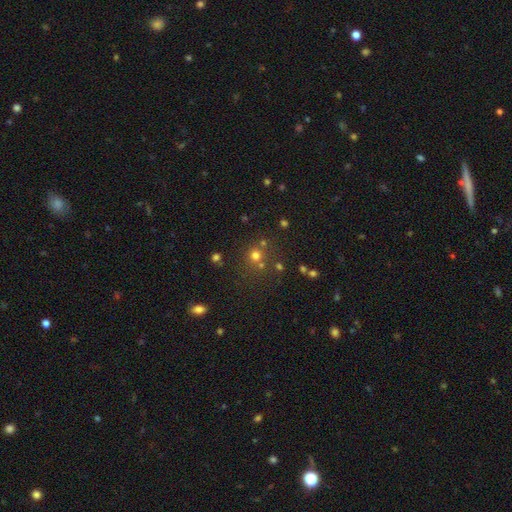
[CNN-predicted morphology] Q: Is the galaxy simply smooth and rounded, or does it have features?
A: smooth — 66%.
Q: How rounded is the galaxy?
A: round — 90%.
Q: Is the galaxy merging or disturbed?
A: none — 70%.